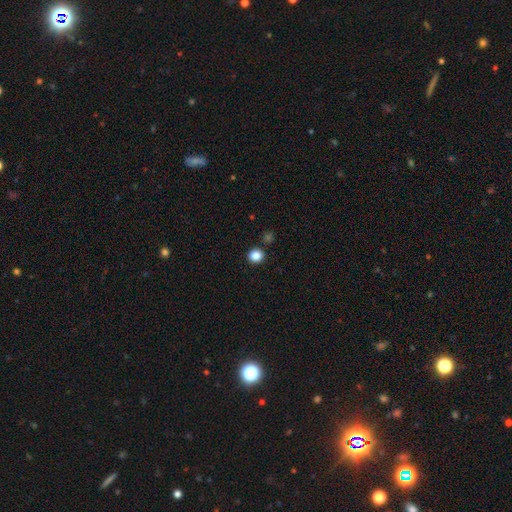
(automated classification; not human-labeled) The model was most divided on "smooth or featured": smooth: 85%, star or artifact: 11%, featured or disk: 3%. More confident: merging — none (89%); how rounded — round (87%).